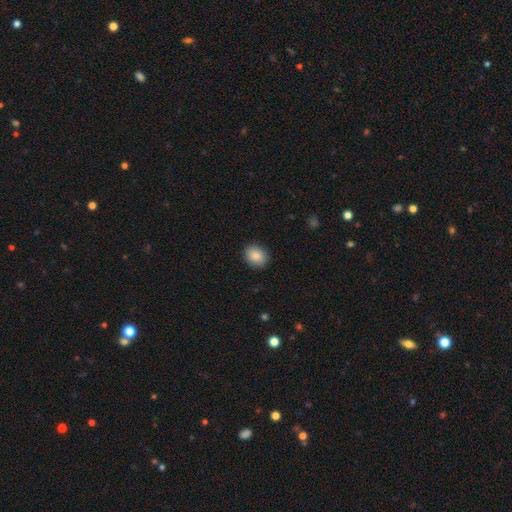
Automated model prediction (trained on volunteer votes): A smooth galaxy with no disk features (88%) that is round (52%). Merging: none (89%).